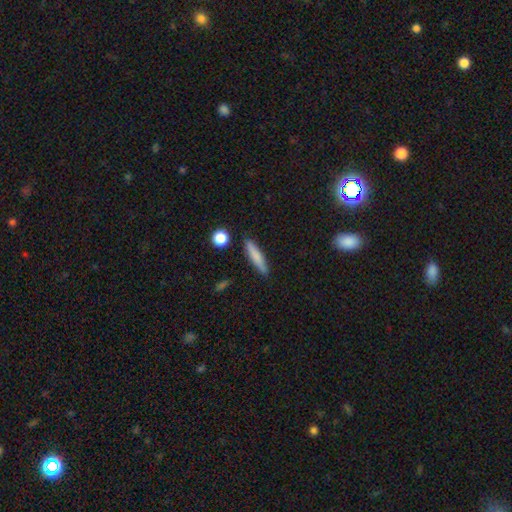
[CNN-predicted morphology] Q: Smooth or featured?
A: smooth (76%); runner-up: featured or disk (17%)
Q: How rounded?
A: cigar-shaped (84%); runner-up: in between (14%)
Q: Merging?
A: none (86%); runner-up: minor disturbance (9%)